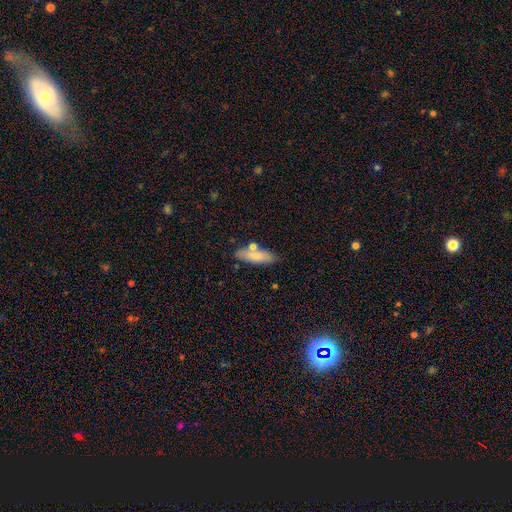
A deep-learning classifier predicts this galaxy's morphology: The model was most divided on "how rounded": in between: 55%, cigar-shaped: 43%, round: 2%. More confident: smooth or featured — smooth (78%); merging — none (72%).